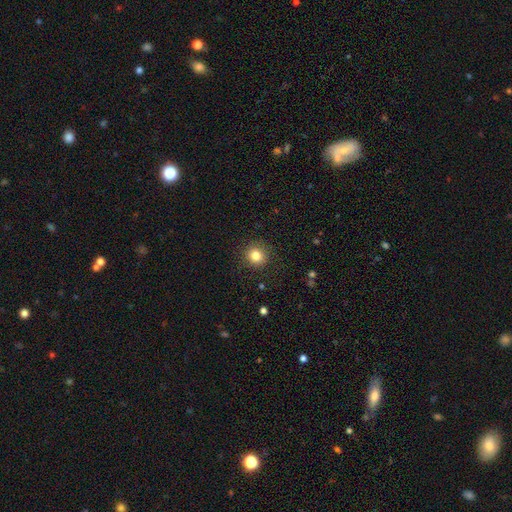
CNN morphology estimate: Smooth or featured? Predicted: smooth (p=0.82). How rounded? Predicted: round (p=0.91). Merging? Predicted: none (p=0.89).